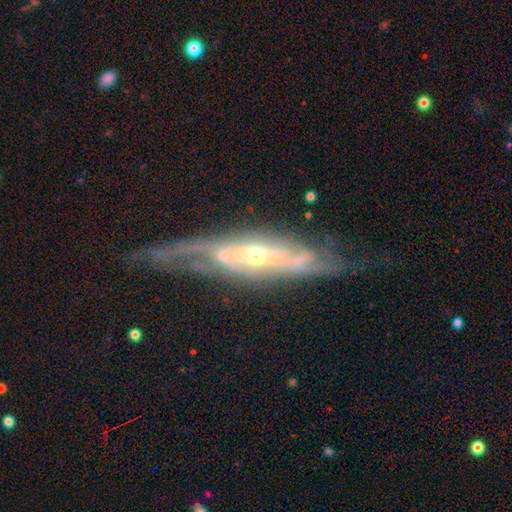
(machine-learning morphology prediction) smooth_or_featured: featured or disk (p=0.85) [alt: smooth p=0.10]
disk_edge_on: no (p=0.66) [alt: yes p=0.34]
bar: no (p=0.60) [alt: weak p=0.28]
has_spiral_arms: yes (p=0.83) [alt: no p=0.17]
bulge_size: moderate (p=0.60) [alt: small p=0.34]
merging: none (p=0.54) [alt: minor disturbance p=0.24]